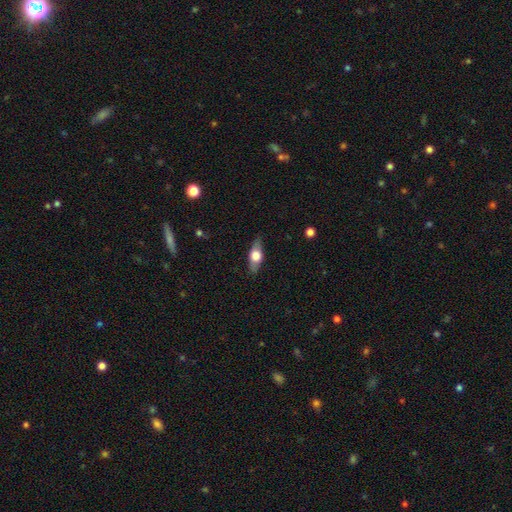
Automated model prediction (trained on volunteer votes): Smooth or featured?
  - smooth: 50% *
  - featured or disk: 44%
  - star or artifact: 6%
Merging?
  - none: 82% *
  - minor disturbance: 13%
  - major disturbance: 3%
  - merger: 1%